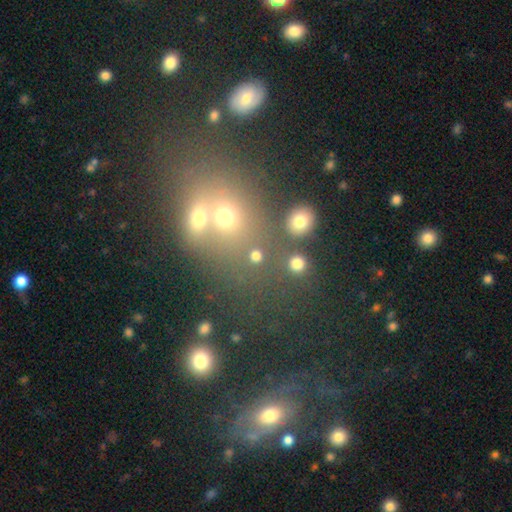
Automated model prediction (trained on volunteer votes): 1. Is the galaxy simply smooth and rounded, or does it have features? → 76% smooth, 18% star or artifact, 6% featured or disk.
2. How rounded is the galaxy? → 86% round, 12% in between, 1% cigar-shaped.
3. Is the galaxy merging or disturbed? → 73% none, 15% merger, 7% minor disturbance, 5% major disturbance.